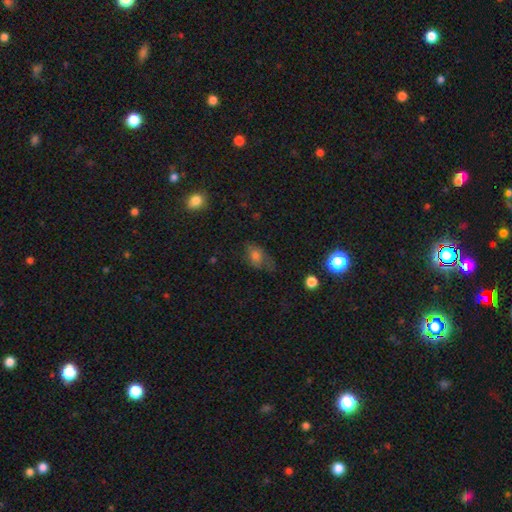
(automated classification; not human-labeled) Smooth or featured? Predicted: smooth (p=0.66). How rounded? Predicted: in between (p=0.78). Merging? Predicted: none (p=0.45).